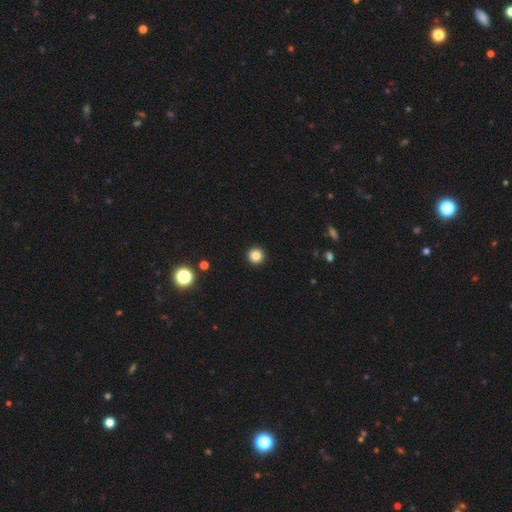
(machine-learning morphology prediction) Smooth or featured?
  - smooth: 85% *
  - star or artifact: 12%
  - featured or disk: 3%
How rounded?
  - round: 96% *
  - in between: 3%
  - cigar-shaped: 1%
Merging?
  - none: 93% *
  - minor disturbance: 4%
  - major disturbance: 2%
  - merger: 1%